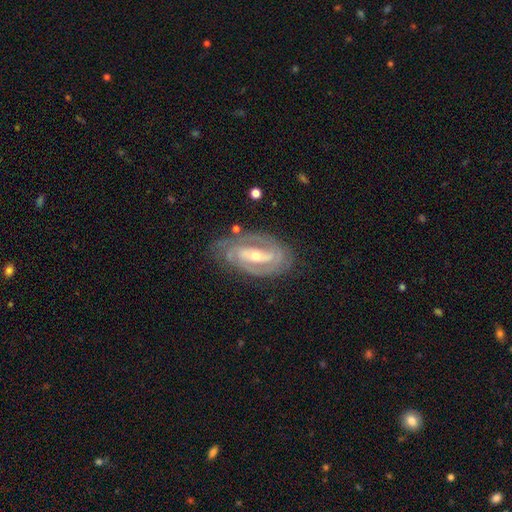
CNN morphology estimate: Smooth or featured? Predicted: featured or disk (p=0.89). Edge-on disk? Predicted: no (p=0.95). Bar? Predicted: strong (p=0.46). Spiral arms? Predicted: yes (p=0.96). Spiral winding? Predicted: tight (p=0.60). Spiral arm count? Predicted: 2 (p=0.70). Bulge size? Predicted: moderate (p=0.52). Merging? Predicted: none (p=0.76).